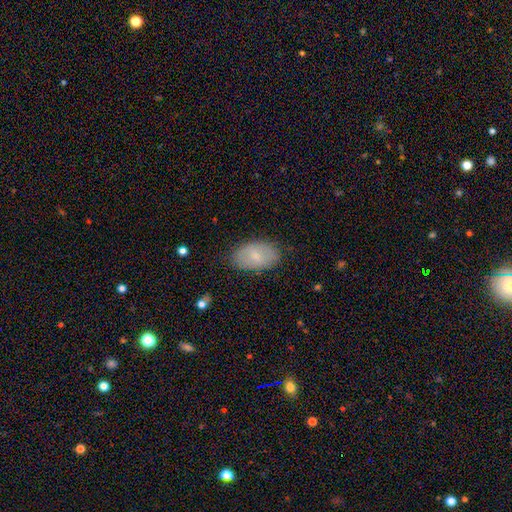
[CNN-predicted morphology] Smooth or featured: smooth — 70% (featured or disk — 23%)
How rounded: in between — 92% (round — 7%)
Merging: none — 81% (minor disturbance — 14%)